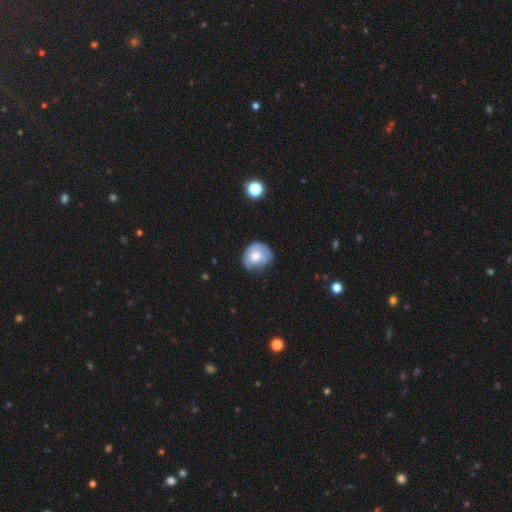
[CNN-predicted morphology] smooth_or_featured: smooth (p=0.54) [alt: featured or disk p=0.39]
how_rounded: round (p=0.73) [alt: in between p=0.26]
merging: none (p=0.61) [alt: minor disturbance p=0.29]